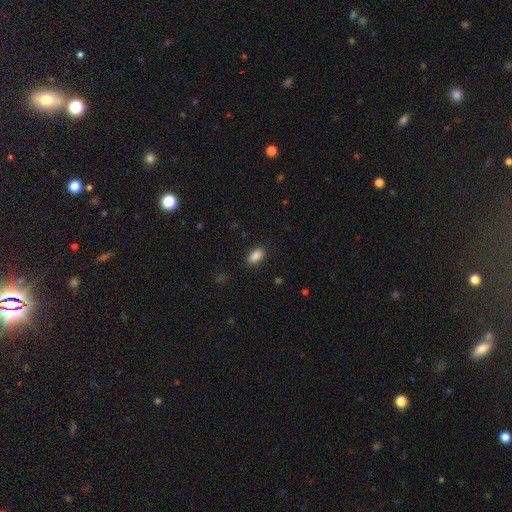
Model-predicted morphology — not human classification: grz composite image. It shows a smooth galaxy with no disk features (88%) that is in between round and cigar-shaped (92%). Merging: none (87%).